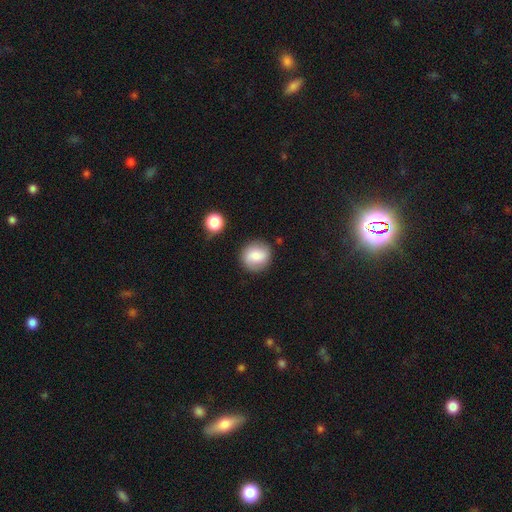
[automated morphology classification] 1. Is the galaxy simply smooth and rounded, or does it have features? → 77% smooth, 15% featured or disk, 8% star or artifact.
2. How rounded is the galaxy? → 87% round, 12% in between, 1% cigar-shaped.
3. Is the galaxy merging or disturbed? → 84% none, 10% minor disturbance, 3% major disturbance, 3% merger.